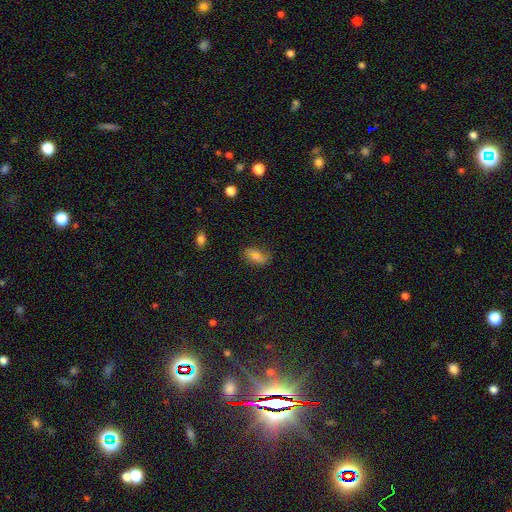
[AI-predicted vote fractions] A smooth galaxy with no disk features (67%) that is in between round and cigar-shaped (86%). Merging: none (74%).